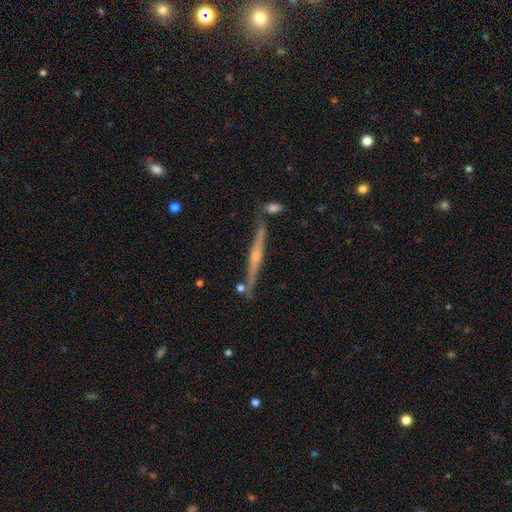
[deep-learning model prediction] smooth-or-featured: featured or disk: 80% | smooth: 13% | star or artifact: 6%
  disk-edge-on: yes: 98% | no: 2%
    edge-on-bulge: rounded: 78% | none: 15% | boxy: 7%
  merging: none: 84% | minor disturbance: 9% | merger: 5% | major disturbance: 2%